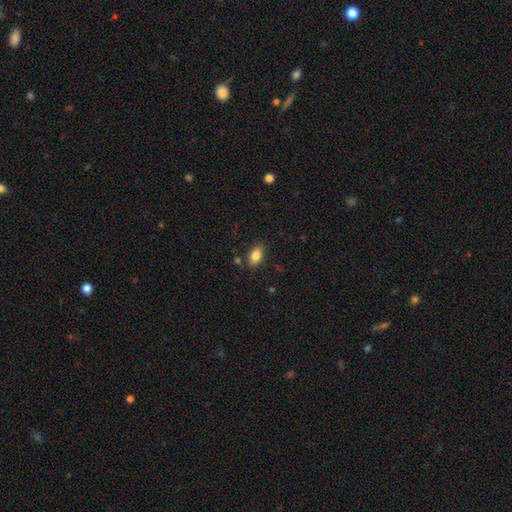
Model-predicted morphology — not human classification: Overall: smooth (83%). How rounded: in between (90%). Merging: none (83%).